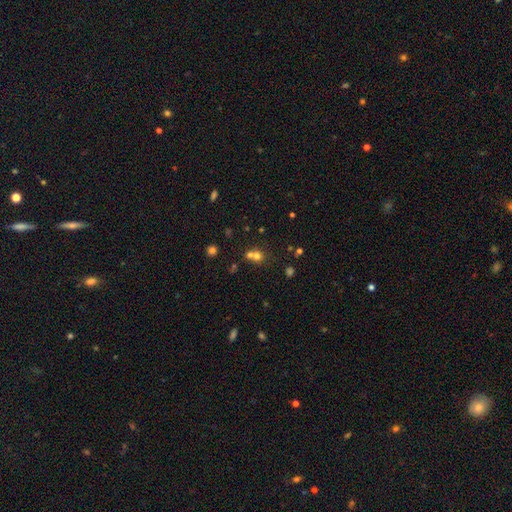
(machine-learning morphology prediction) smooth_or_featured: smooth (p=0.64) [alt: star or artifact p=0.22]
how_rounded: round (p=0.81) [alt: in between p=0.18]
merging: merger (p=0.48) [alt: none p=0.43]